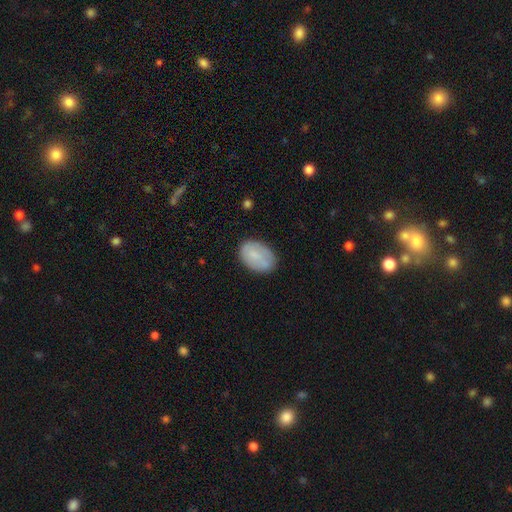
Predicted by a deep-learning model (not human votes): Smooth or featured: smooth — 70% (featured or disk — 22%)
How rounded: in between — 87% (round — 12%)
Merging: none — 76% (minor disturbance — 18%)